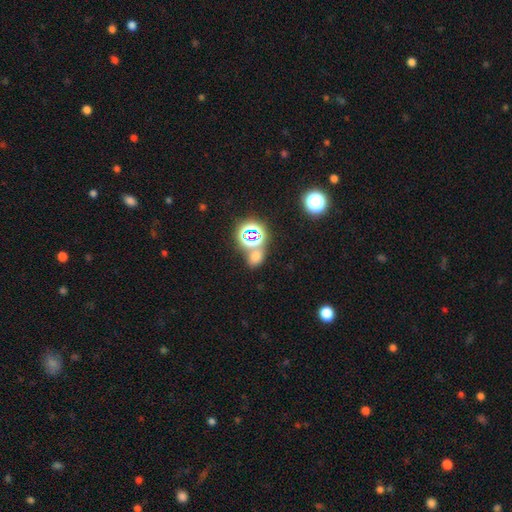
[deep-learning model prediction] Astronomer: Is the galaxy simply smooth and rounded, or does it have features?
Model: smooth — 53% (runner-up: star or artifact, 39%).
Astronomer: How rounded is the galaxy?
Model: in between — 59% (runner-up: round, 39%).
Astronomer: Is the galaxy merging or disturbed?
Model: none — 59%.